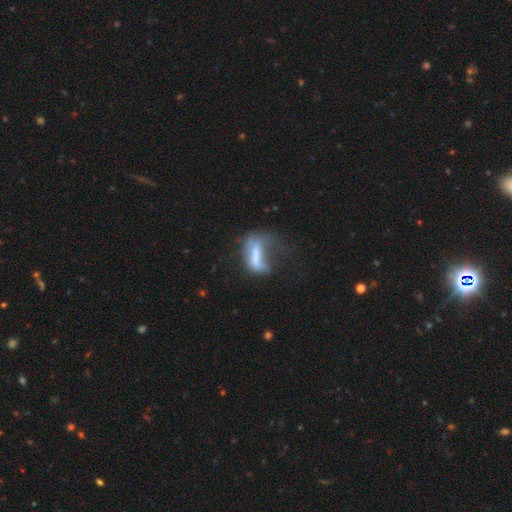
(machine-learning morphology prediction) Smooth or featured: smooth — 49% (featured or disk — 41%)
Merging: major disturbance — 54% (none — 20%)